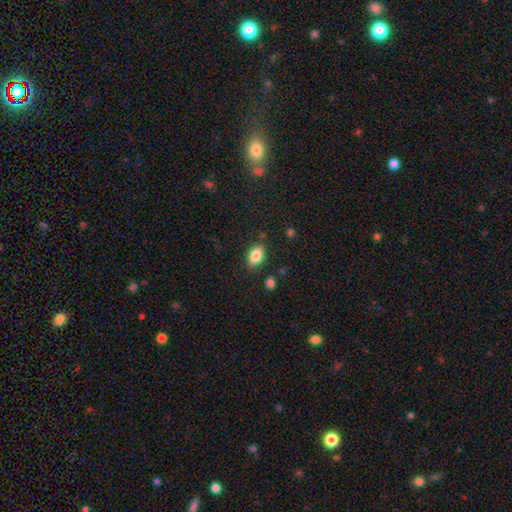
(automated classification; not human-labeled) The model was most divided on "merging": none: 84%, minor disturbance: 11%, major disturbance: 3%, merger: 2%. More confident: how rounded — in between (88%); smooth or featured — smooth (85%).